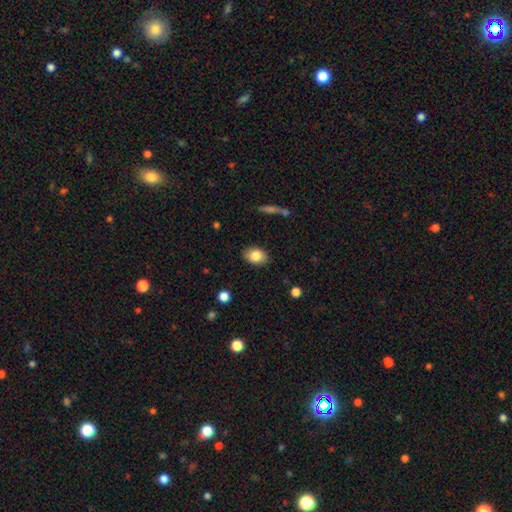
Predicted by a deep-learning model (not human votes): Morphology: type=smooth (83%); roundness=in between (81%); merging=none (85%).